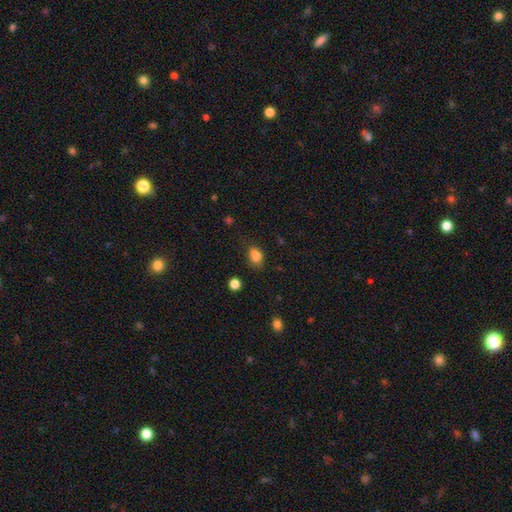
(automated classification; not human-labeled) Smooth or featured? Predicted: smooth (p=0.82). How rounded? Predicted: in between (p=0.68). Merging? Predicted: none (p=0.61).